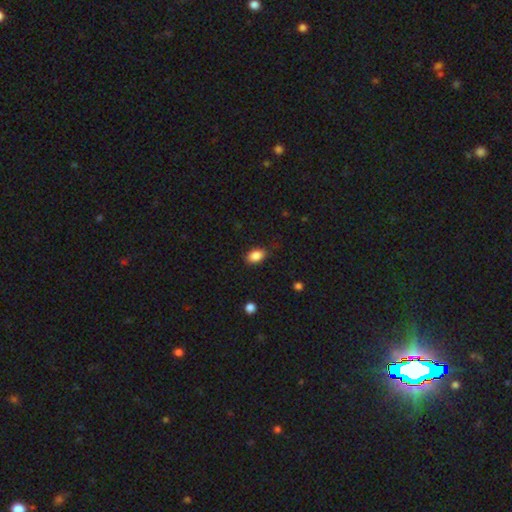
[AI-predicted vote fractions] Smooth or featured: smooth — 87% (star or artifact — 9%)
How rounded: in between — 86% (round — 13%)
Merging: none — 82% (minor disturbance — 14%)